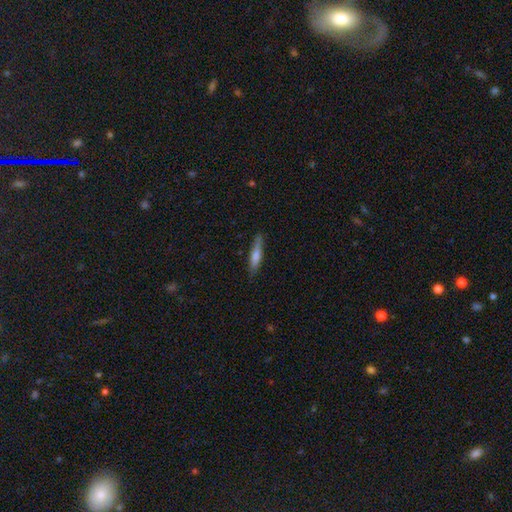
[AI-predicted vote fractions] Morphology: type=smooth (64%); roundness=cigar-shaped (87%); merging=none (82%).